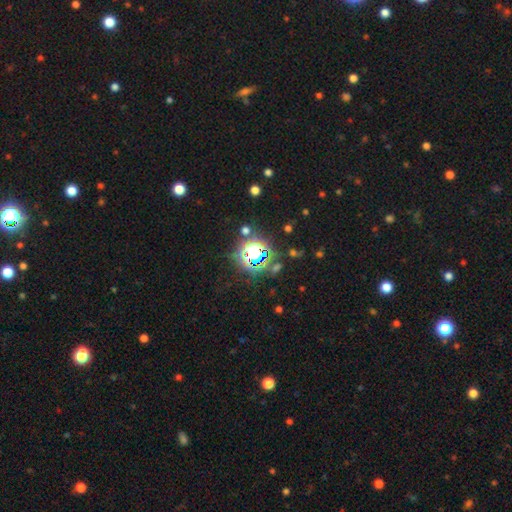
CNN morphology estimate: Q: Smooth or featured?
A: star or artifact (67%); runner-up: smooth (23%)